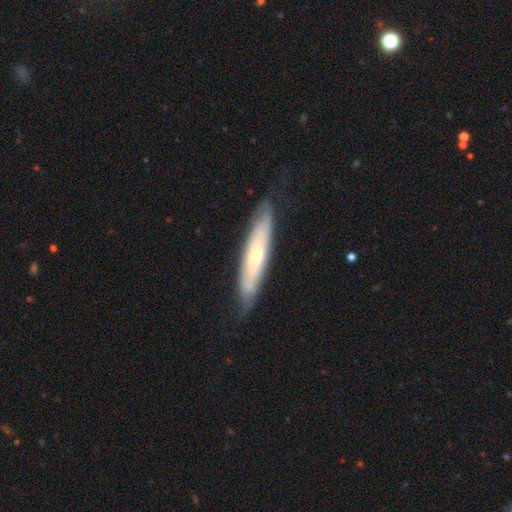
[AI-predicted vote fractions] A featured or disk galaxy (59%) viewed edge-on (53%). Merging: none (78%).